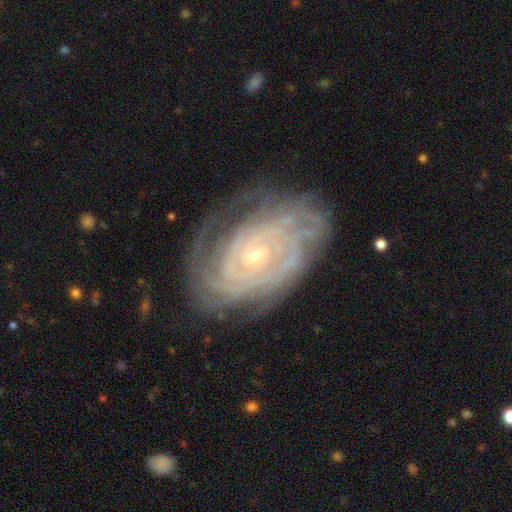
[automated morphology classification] Smooth or featured? Predicted: featured or disk (p=0.89). Edge-on disk? Predicted: no (p=0.96). Bar? Predicted: no (p=0.69). Spiral arms? Predicted: yes (p=0.97). Spiral winding? Predicted: tight (p=0.83). Spiral arm count? Predicted: can't tell (p=0.32). Bulge size? Predicted: small (p=0.74). Merging? Predicted: none (p=0.72).